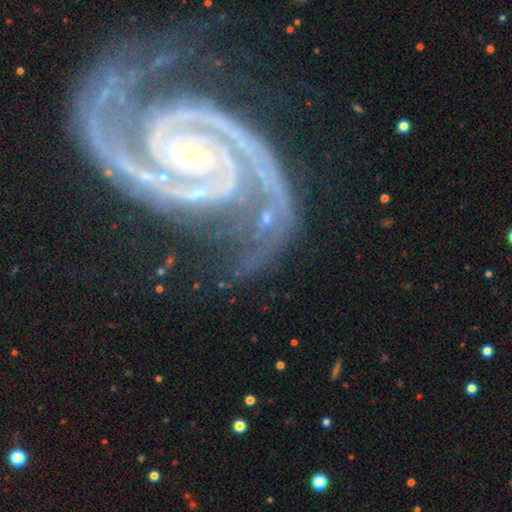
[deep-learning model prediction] featured or disk 94%, star or artifact 4%, smooth 2%. Down the decision tree: edge-on disk — no (98%); bar — no (69%); spiral arms — yes (99%); spiral arm count — 2 (89%); spiral winding — tight (58%); bulge size — small (88%); merging — none (66%).